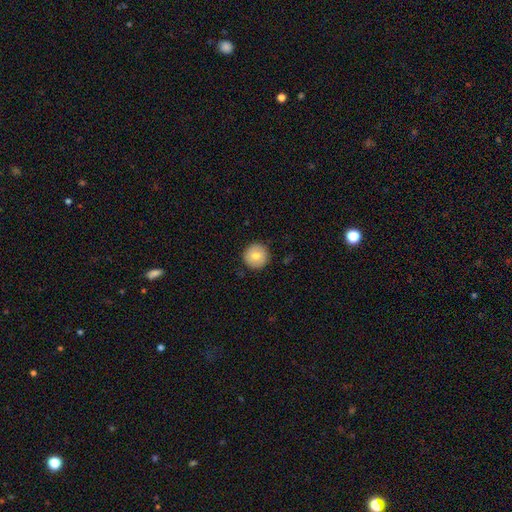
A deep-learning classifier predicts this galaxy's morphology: Smooth or featured? smooth (76%)
How rounded? round (96%)
Merging? none (90%)